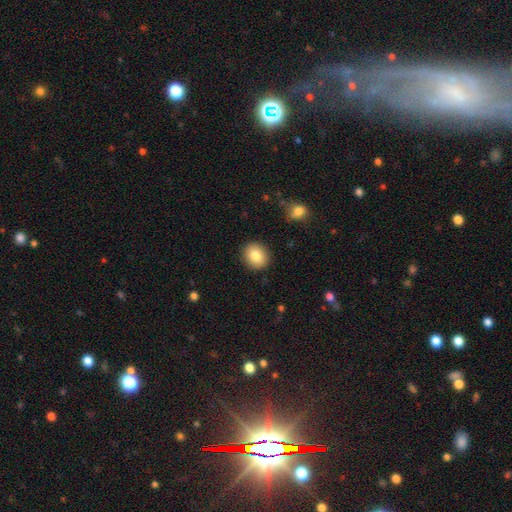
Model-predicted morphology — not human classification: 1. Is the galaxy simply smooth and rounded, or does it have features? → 82% smooth, 9% featured or disk, 9% star or artifact.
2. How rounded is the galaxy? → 67% round, 32% in between, 1% cigar-shaped.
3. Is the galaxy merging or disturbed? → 90% none, 7% minor disturbance, 2% major disturbance, 1% merger.